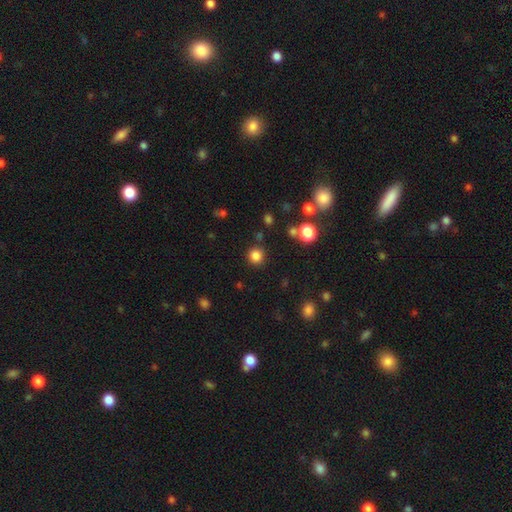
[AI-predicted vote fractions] Smooth or featured: smooth — 83% (star or artifact — 13%)
How rounded: round — 93% (in between — 6%)
Merging: none — 88% (minor disturbance — 7%)